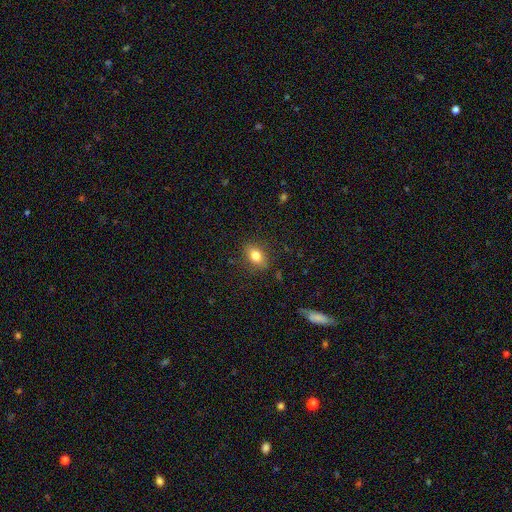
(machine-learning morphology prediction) smooth-or-featured: smooth: 80% | featured or disk: 10% | star or artifact: 10%
  how-rounded: in between: 75% | round: 22% | cigar-shaped: 2%
  merging: none: 84% | minor disturbance: 12% | major disturbance: 3% | merger: 1%